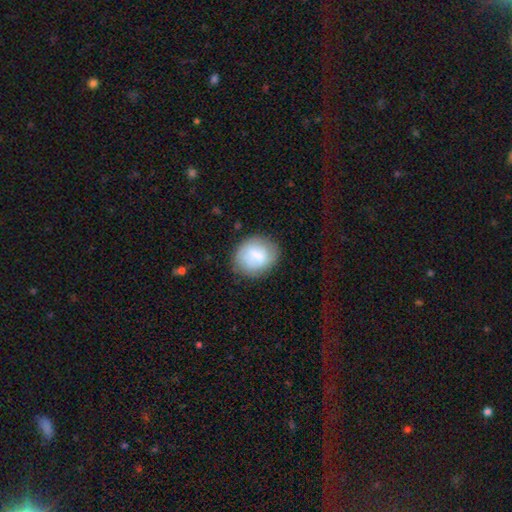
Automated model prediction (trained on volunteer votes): Overall: smooth (73%). How rounded: round (61%; in between 38%). Merging: none (74%).